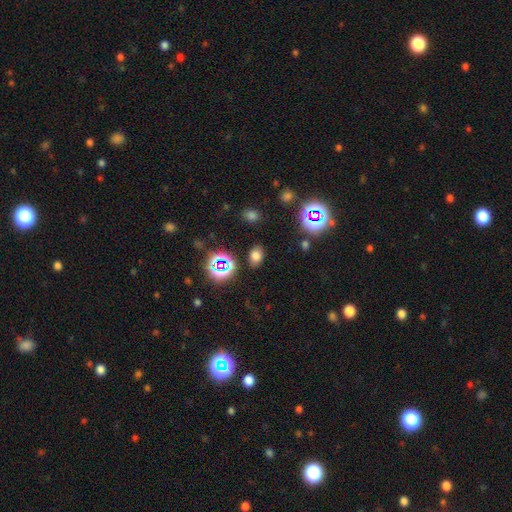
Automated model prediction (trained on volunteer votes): Morphology: type=smooth (69%); roundness=in between (74%); merging=none (84%).